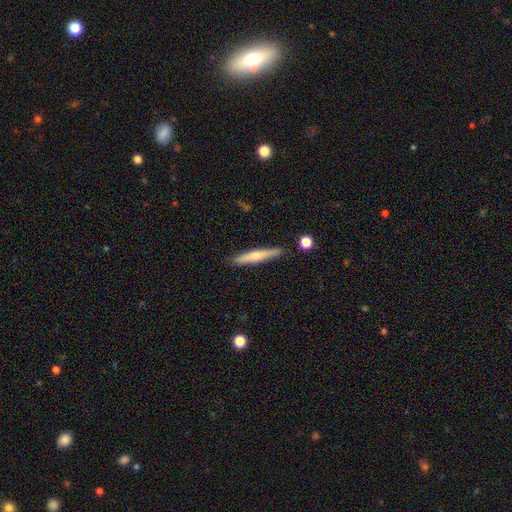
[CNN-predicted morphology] This is possibly a smooth galaxy (54%). How rounded: clearly cigar-shaped (93%). Merging: clearly none (86%).